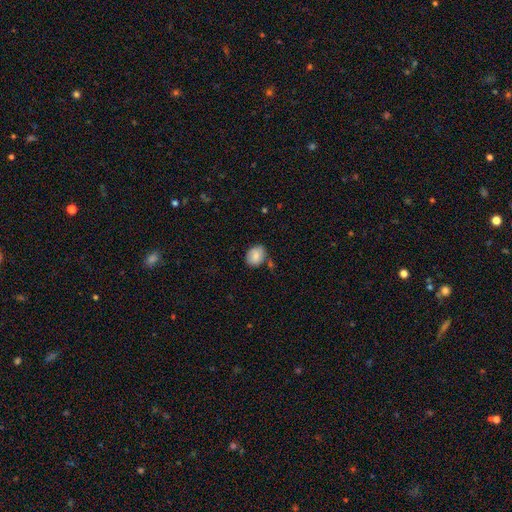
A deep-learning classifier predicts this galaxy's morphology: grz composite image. It shows a smooth galaxy with no disk features (83%) that is in between round and cigar-shaped (50%). Merging: none (70%).